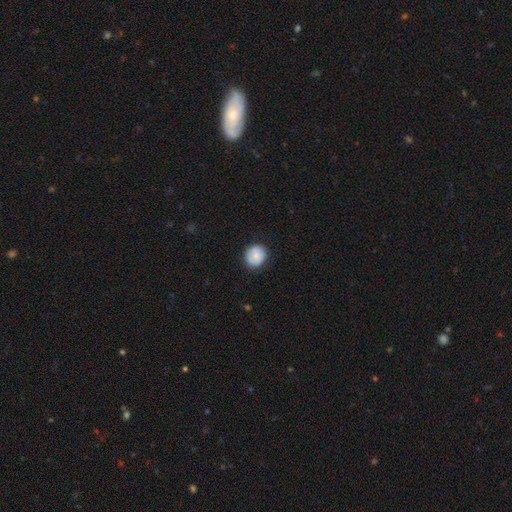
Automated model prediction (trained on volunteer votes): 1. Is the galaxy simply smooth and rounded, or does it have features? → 77% smooth, 16% featured or disk, 7% star or artifact.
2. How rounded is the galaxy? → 85% round, 14% in between, 1% cigar-shaped.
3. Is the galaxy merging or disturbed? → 83% none, 14% minor disturbance, 3% major disturbance, 1% merger.